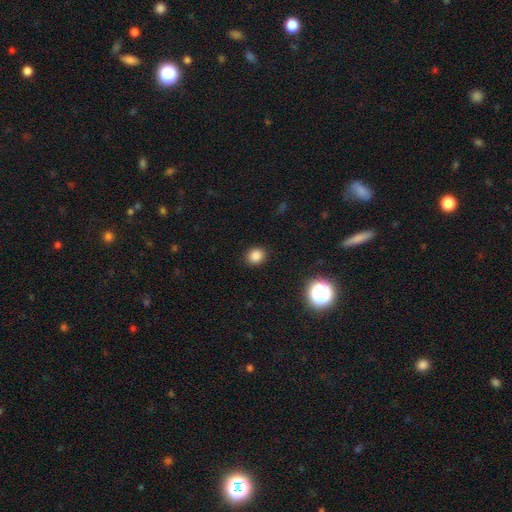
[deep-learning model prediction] Smooth or featured?
  - smooth: 83% *
  - star or artifact: 13%
  - featured or disk: 4%
How rounded?
  - round: 77% *
  - in between: 22%
  - cigar-shaped: 1%
Merging?
  - none: 90% *
  - minor disturbance: 7%
  - major disturbance: 2%
  - merger: 1%